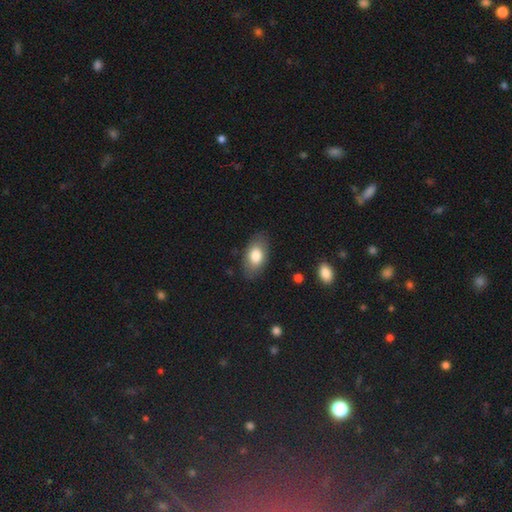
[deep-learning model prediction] Smooth or featured? Predicted: smooth (p=0.79). How rounded? Predicted: in between (p=0.92). Merging? Predicted: none (p=0.83).